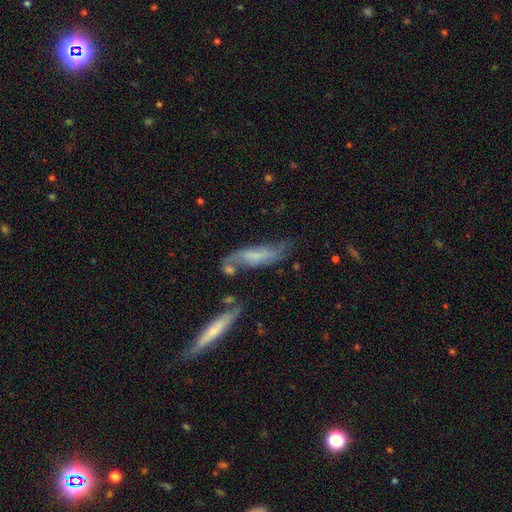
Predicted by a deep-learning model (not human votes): Morphology: type=featured or disk (50%); merging=none (47%).